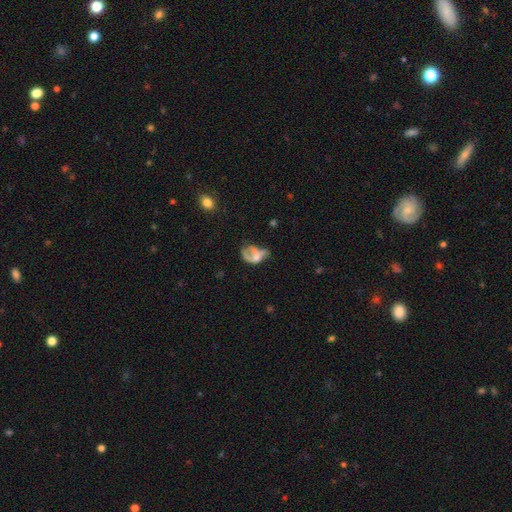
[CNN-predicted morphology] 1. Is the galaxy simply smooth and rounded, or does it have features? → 45% featured or disk, 43% smooth, 12% star or artifact.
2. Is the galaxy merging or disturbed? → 45% major disturbance, 19% none, 18% minor disturbance, 17% merger.